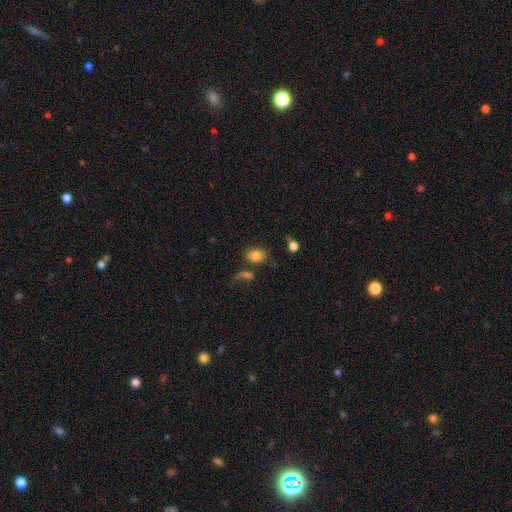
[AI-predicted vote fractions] smooth_or_featured: smooth (p=0.81) [alt: star or artifact p=0.11]
how_rounded: in between (p=0.68) [alt: round p=0.31]
merging: none (p=0.60) [alt: merger p=0.15]